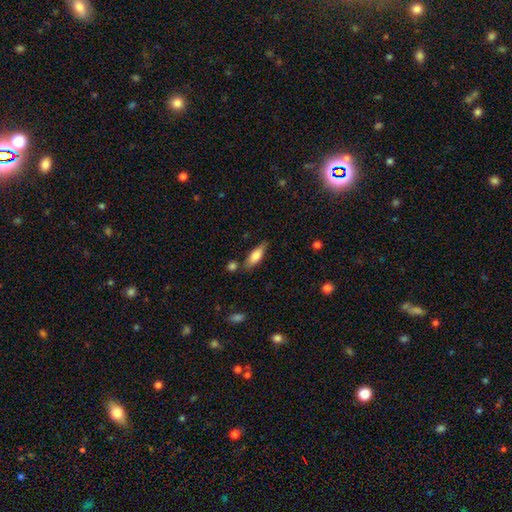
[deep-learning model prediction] Q: Smooth or featured?
A: smooth (72%); runner-up: featured or disk (22%)
Q: How rounded?
A: in between (59%); runner-up: cigar-shaped (39%)
Q: Merging?
A: none (73%); runner-up: minor disturbance (16%)